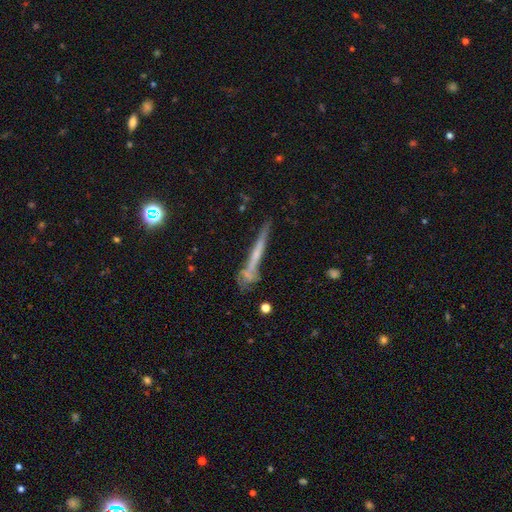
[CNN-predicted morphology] The model was most divided on "smooth or featured": featured or disk: 53%, smooth: 38%, star or artifact: 10%. More confident: edge-on disk — yes (89%); merging — none (62%).